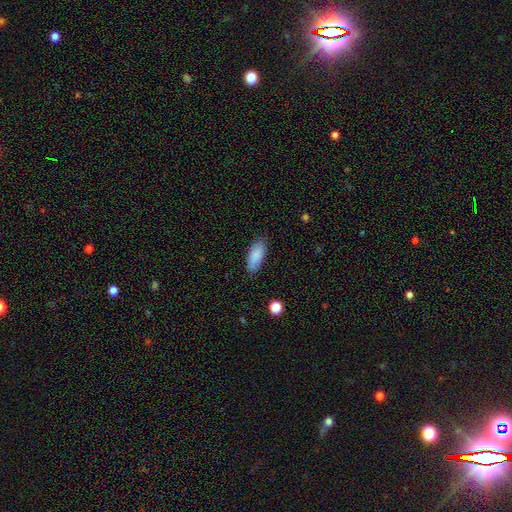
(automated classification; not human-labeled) smooth-or-featured: smooth: 87% | featured or disk: 7% | star or artifact: 7%
  how-rounded: in between: 80% | cigar-shaped: 18% | round: 2%
  merging: none: 84% | minor disturbance: 12% | major disturbance: 2% | merger: 1%